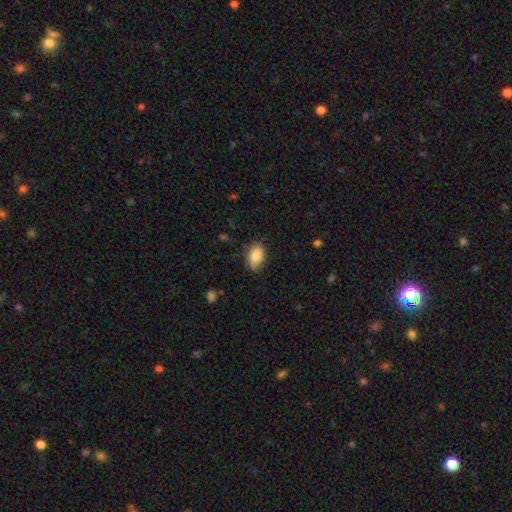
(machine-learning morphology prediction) smooth-or-featured: smooth: 86% | star or artifact: 7% | featured or disk: 7%
  how-rounded: in between: 91% | round: 7% | cigar-shaped: 2%
  merging: none: 73% | minor disturbance: 22% | major disturbance: 4% | merger: 1%